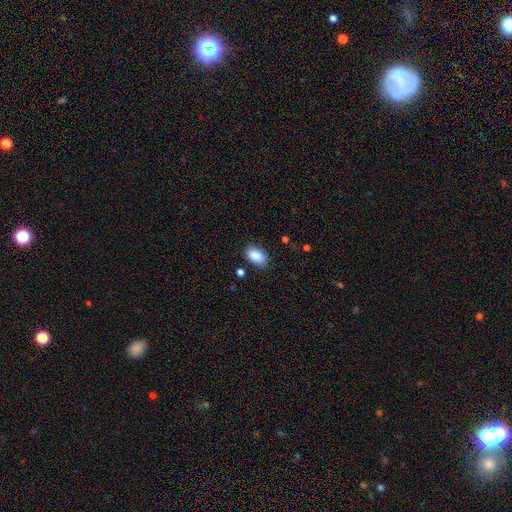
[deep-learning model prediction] This appears to be a smooth galaxy with no disk features (87%) that is in between round and cigar-shaped (91%). Merging: none (82%).